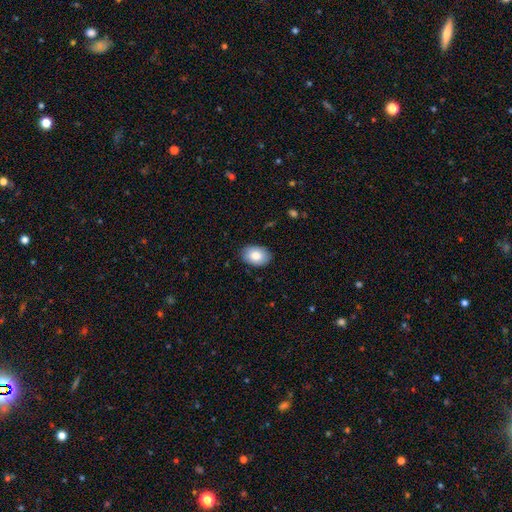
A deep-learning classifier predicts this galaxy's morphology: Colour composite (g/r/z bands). It shows a smooth galaxy with no disk features (83%) that is in between round and cigar-shaped (82%). Merging: none (88%).